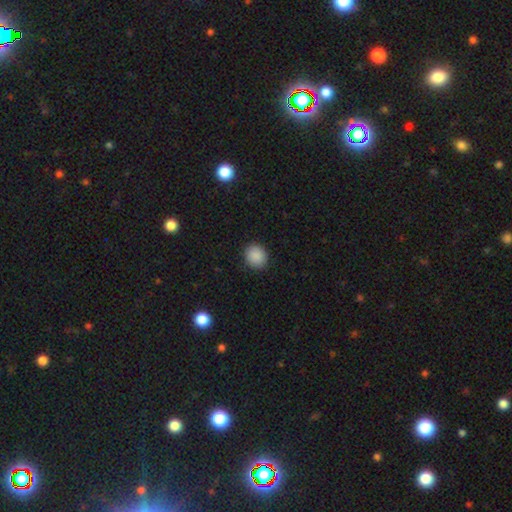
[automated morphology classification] A smooth galaxy with no disk features (89%) that is round (82%).

Vote fractions:
- Smooth or featured? smooth: 89% / star or artifact: 8% / featured or disk: 3%
- How rounded? round: 82% / in between: 18% / cigar-shaped: 1%
- Merging? none: 90% / minor disturbance: 7% / major disturbance: 2% / merger: 1%